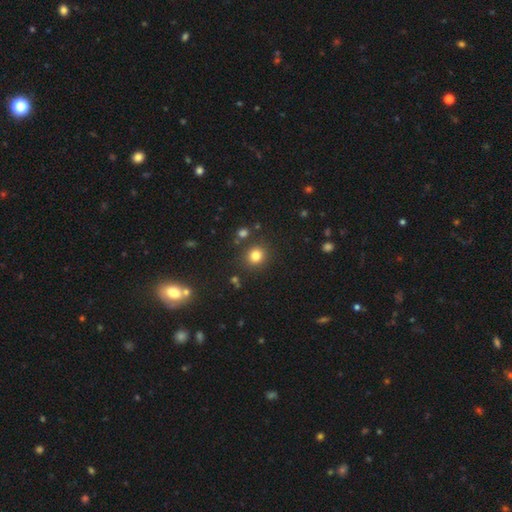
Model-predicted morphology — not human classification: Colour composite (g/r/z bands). It shows a smooth galaxy with no disk features (81%) that is round (86%). Merging: none (85%).